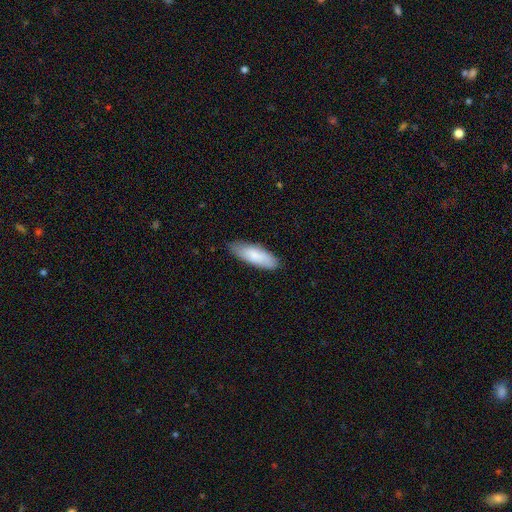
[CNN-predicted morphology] This appears to be a smooth galaxy with no disk features (82%) that is in between round and cigar-shaped (59%). Merging: none (80%).